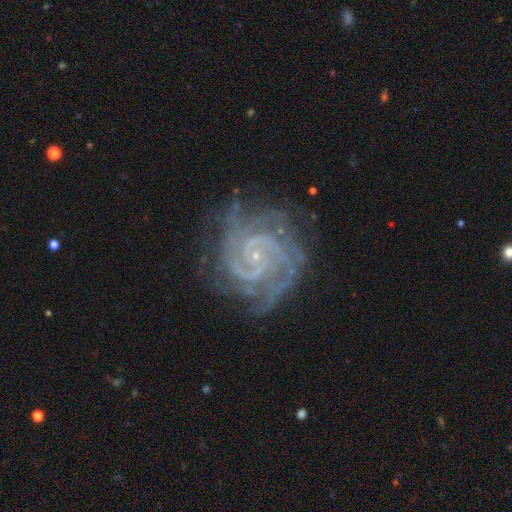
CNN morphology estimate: type=featured or disk (91%); edge-on=no (98%); bar=no (63%); spiral arms=yes (99%); winding=tight (70%); arm count=2 (34%); bulge=small (87%); merging=none (73%).